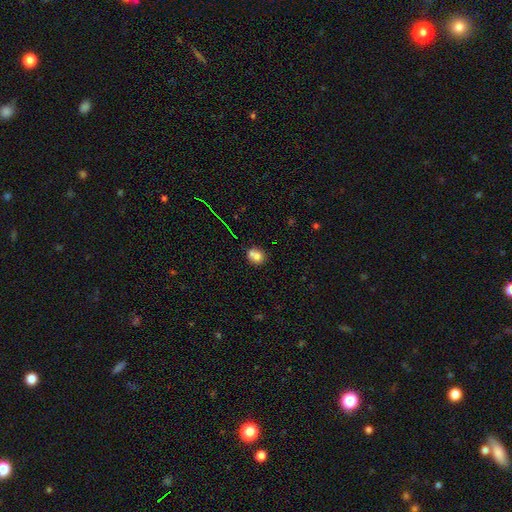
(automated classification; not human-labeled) Q: Smooth or featured?
A: smooth (72%); runner-up: featured or disk (16%)
Q: How rounded?
A: round (78%); runner-up: in between (21%)
Q: Merging?
A: none (45%); runner-up: merger (42%)